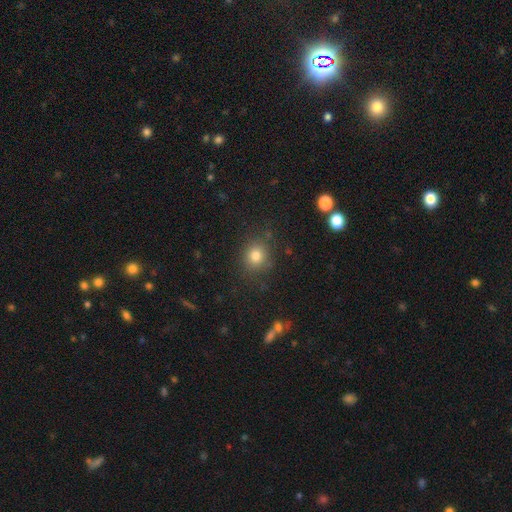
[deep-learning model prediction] Q: Smooth or featured?
A: smooth (79%); runner-up: star or artifact (14%)
Q: How rounded?
A: round (81%); runner-up: in between (18%)
Q: Merging?
A: none (84%); runner-up: minor disturbance (10%)